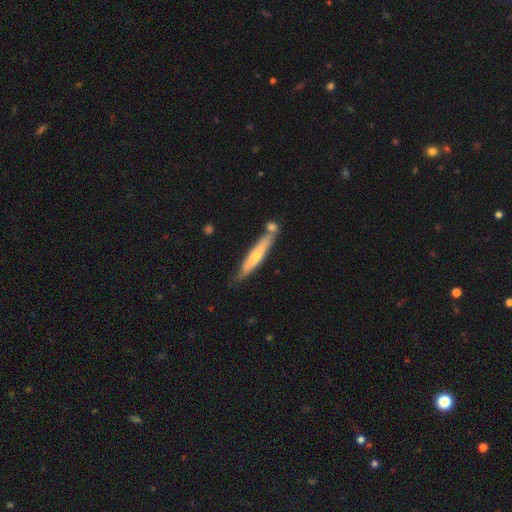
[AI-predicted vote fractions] Morphology: type=featured or disk (49%); merging=none (66%).